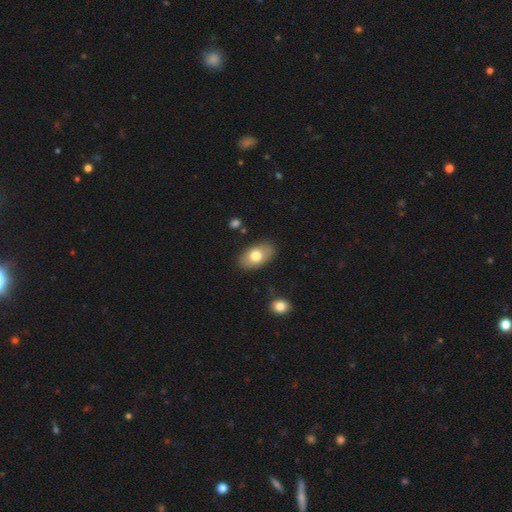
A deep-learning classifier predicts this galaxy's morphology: smooth_or_featured: smooth (p=0.71) [alt: featured or disk p=0.22]
how_rounded: in between (p=0.92) [alt: round p=0.06]
merging: none (p=0.86) [alt: minor disturbance p=0.10]